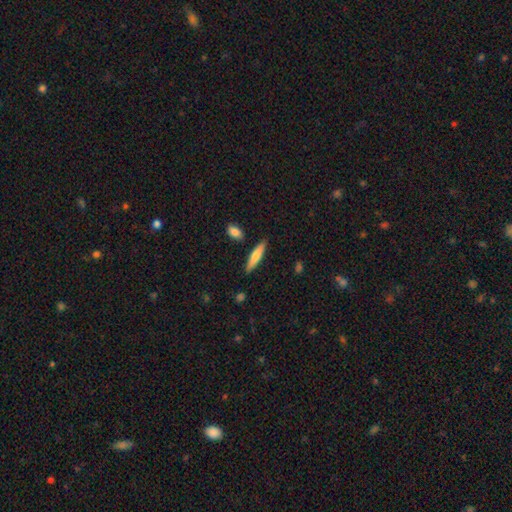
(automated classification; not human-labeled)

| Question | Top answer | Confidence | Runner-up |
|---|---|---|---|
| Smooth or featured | smooth | 68% | featured or disk (26%) |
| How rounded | cigar-shaped | 80% | in between (18%) |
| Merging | none | 85% | minor disturbance (10%) |